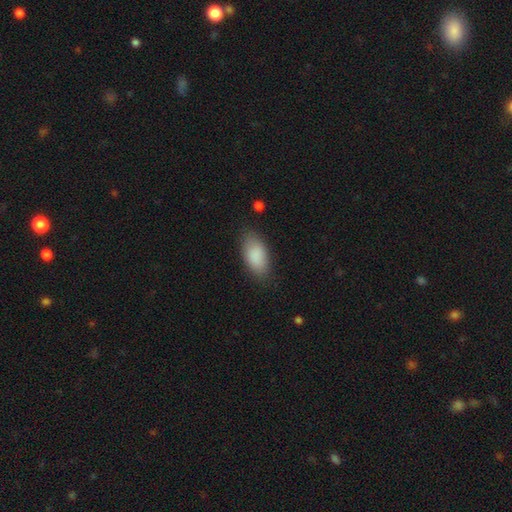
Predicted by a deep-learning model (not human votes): Overall: smooth (88%). How rounded: in between (93%). Merging: none (81%).